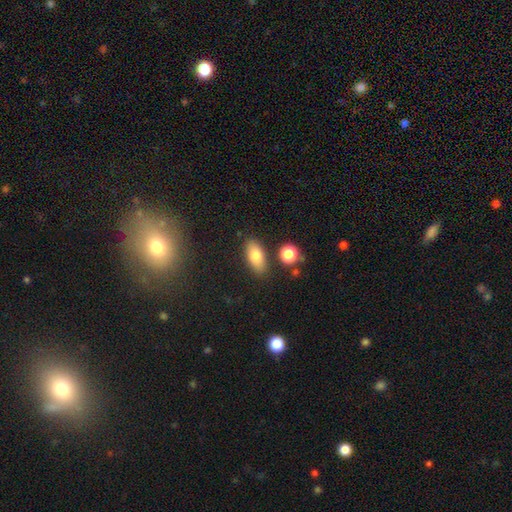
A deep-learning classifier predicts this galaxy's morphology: Smooth or featured? Predicted: smooth (p=0.79). How rounded? Predicted: in between (p=0.86). Merging? Predicted: none (p=0.82).